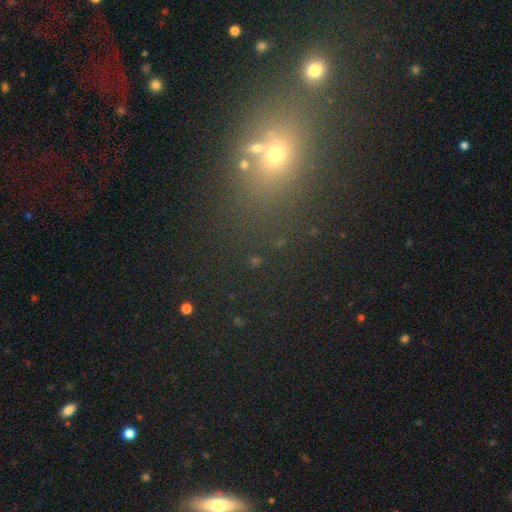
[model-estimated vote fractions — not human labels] A star or artifact, not a galaxy (47%).